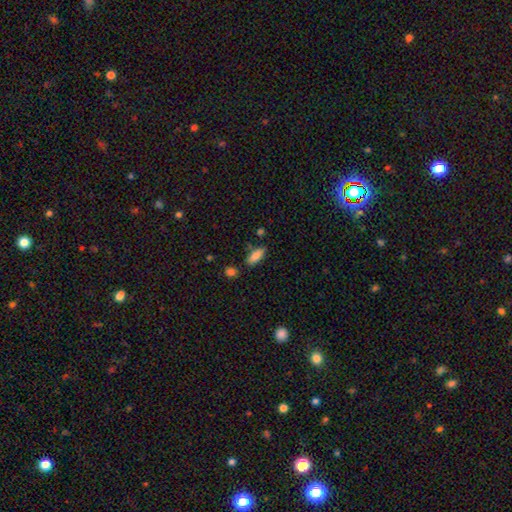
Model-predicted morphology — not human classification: Smooth or featured? Predicted: smooth (p=0.83). How rounded? Predicted: in between (p=0.75). Merging? Predicted: none (p=0.76).